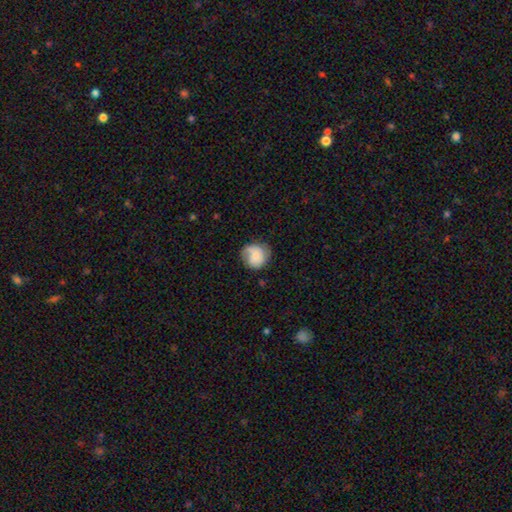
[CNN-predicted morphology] Smooth or featured: smooth — 57% (featured or disk — 35%)
How rounded: round — 84% (in between — 15%)
Merging: none — 64% (minor disturbance — 23%)